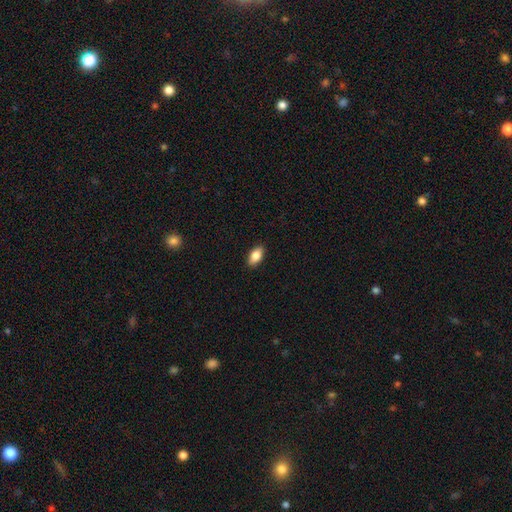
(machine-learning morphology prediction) A smooth galaxy with no disk features (85%) that is in between round and cigar-shaped (91%).

Vote fractions:
- Smooth or featured? smooth: 85% / featured or disk: 8% / star or artifact: 7%
- How rounded? in between: 91% / cigar-shaped: 4% / round: 4%
- Merging? none: 89% / minor disturbance: 8% / major disturbance: 2% / merger: 1%